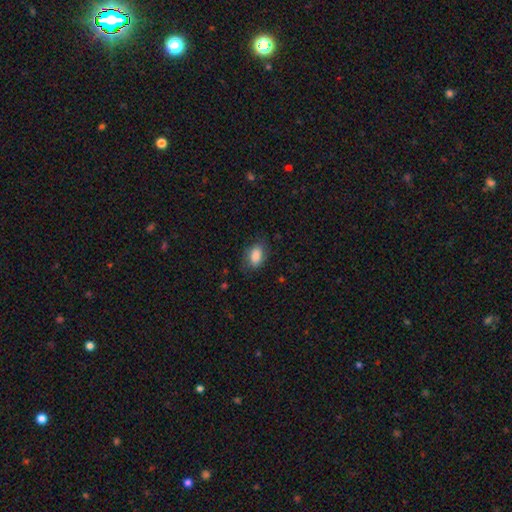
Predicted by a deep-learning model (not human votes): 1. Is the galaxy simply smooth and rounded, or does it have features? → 84% smooth, 9% featured or disk, 7% star or artifact.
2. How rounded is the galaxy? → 87% in between, 11% round, 2% cigar-shaped.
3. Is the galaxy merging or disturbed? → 72% none, 20% minor disturbance, 7% major disturbance, 1% merger.